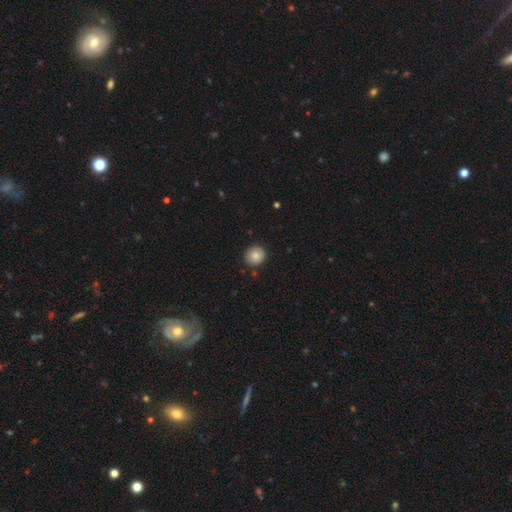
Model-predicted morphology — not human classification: A smooth galaxy with no disk features (84%) that is round (89%). Merging: none (90%).